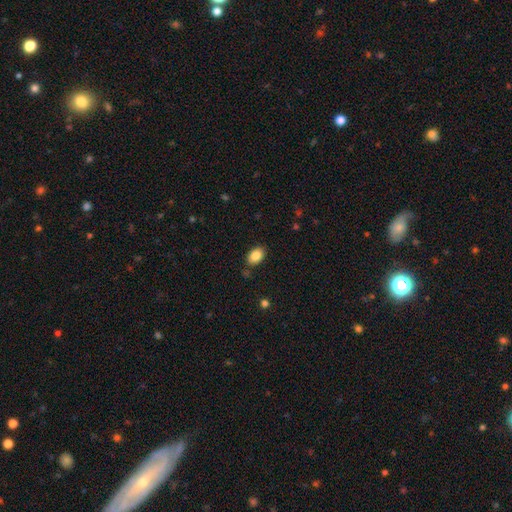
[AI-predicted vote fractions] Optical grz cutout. It shows a smooth galaxy with no disk features (86%) that is in between round and cigar-shaped (86%). Merging: none (83%).